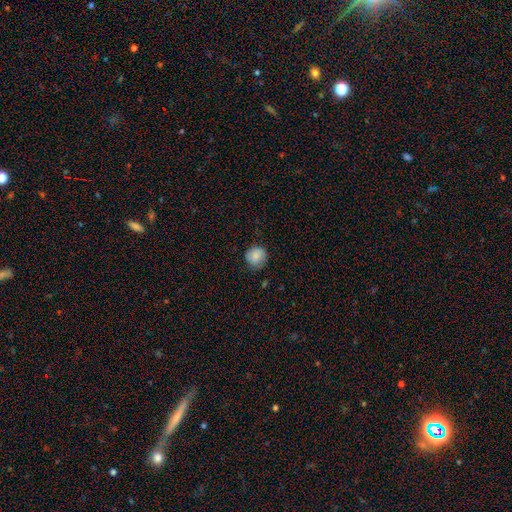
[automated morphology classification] A smooth galaxy with no disk features (81%) that is round (87%).

Vote fractions:
- Smooth or featured? smooth: 81% / featured or disk: 11% / star or artifact: 8%
- How rounded? round: 87% / in between: 12% / cigar-shaped: 1%
- Merging? none: 76% / minor disturbance: 19% / major disturbance: 4% / merger: 1%